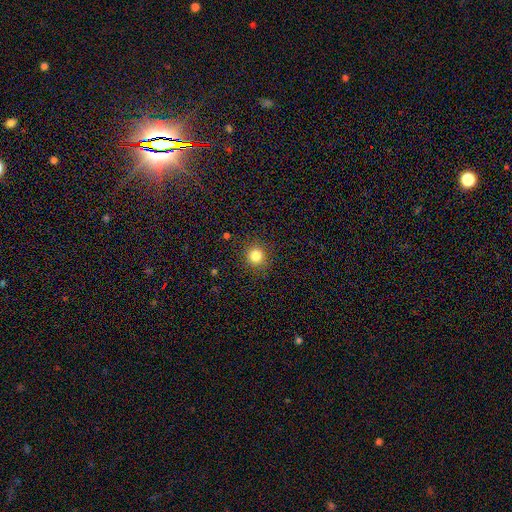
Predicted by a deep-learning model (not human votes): The model was most divided on "smooth or featured": smooth: 82%, star or artifact: 13%, featured or disk: 5%. More confident: how rounded — round (93%); merging — none (90%).